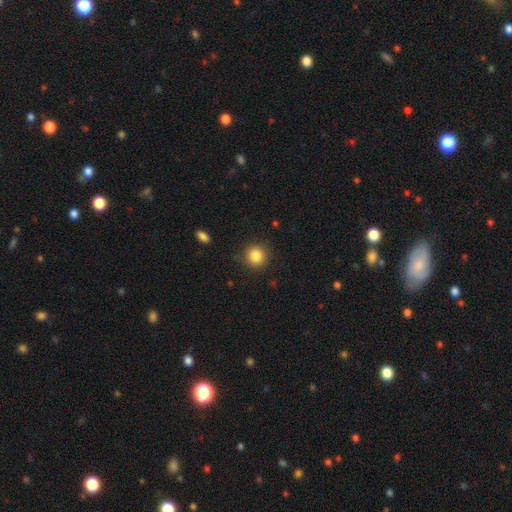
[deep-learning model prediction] The model was most divided on "smooth or featured": smooth: 85%, star or artifact: 10%, featured or disk: 5%. More confident: how rounded — round (90%); merging — none (87%).